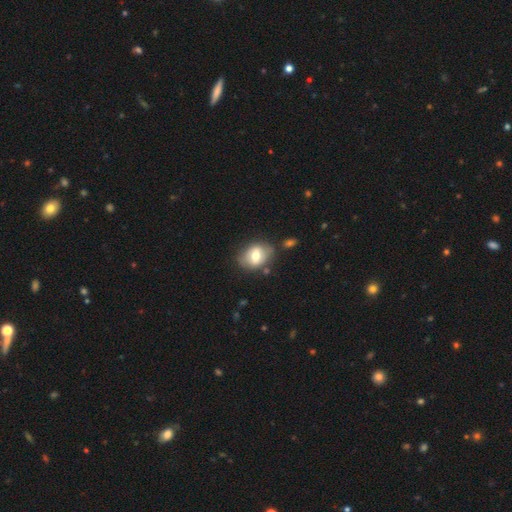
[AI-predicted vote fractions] Smooth or featured? smooth (66%)
How rounded? in between (63%)
Merging? none (71%)